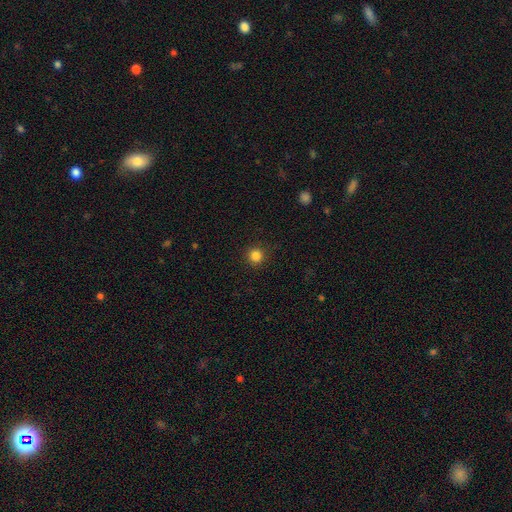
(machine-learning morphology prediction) Overall: smooth (84%). How rounded: round (95%). Merging: none (91%).